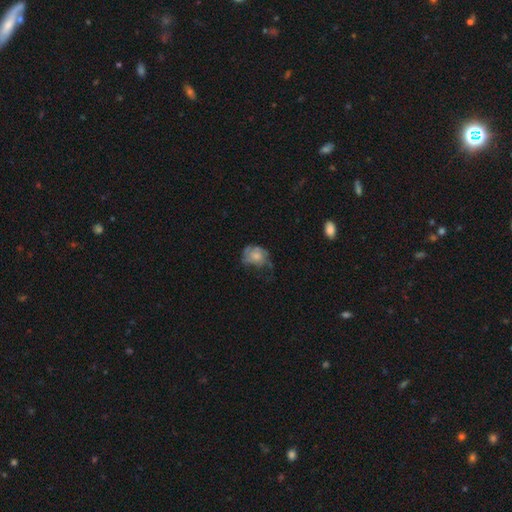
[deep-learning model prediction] A smooth galaxy with no disk features (46%). Merging: none (39%).